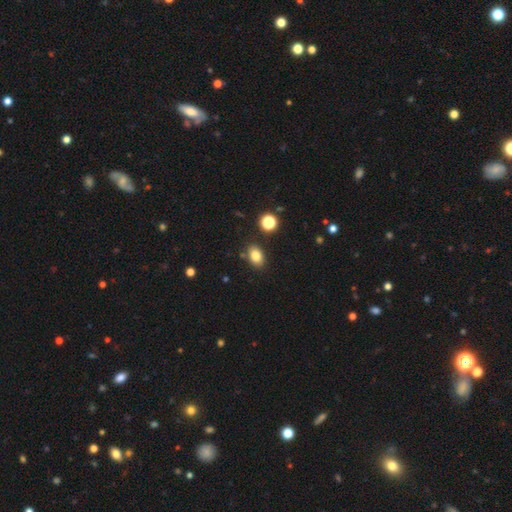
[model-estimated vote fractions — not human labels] This is clearly a smooth galaxy (83%). How rounded: likely in between (80%). Merging: clearly none (83%).